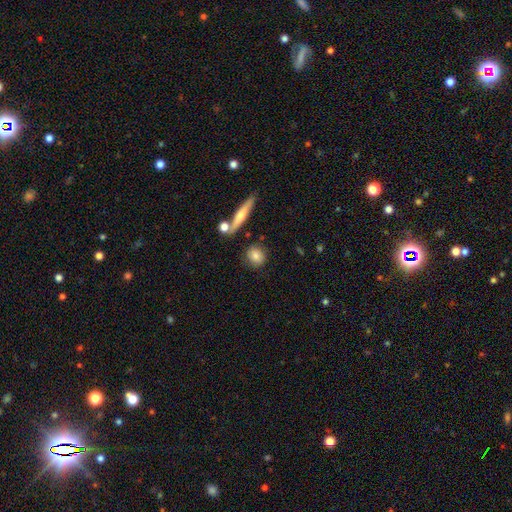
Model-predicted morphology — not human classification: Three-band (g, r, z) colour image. It shows a smooth galaxy with no disk features (79%) that is round (75%). Merging: none (80%).